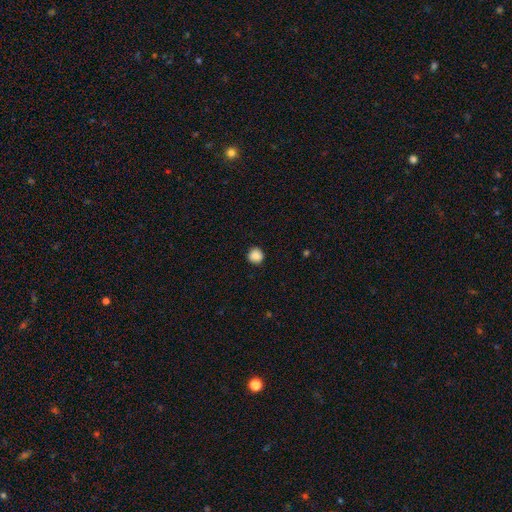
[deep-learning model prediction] A smooth galaxy with no disk features (88%) that is round (93%).

Vote fractions:
- Smooth or featured? smooth: 88% / star or artifact: 10% / featured or disk: 3%
- How rounded? round: 93% / in between: 6% / cigar-shaped: 1%
- Merging? none: 90% / minor disturbance: 7% / major disturbance: 2% / merger: 1%